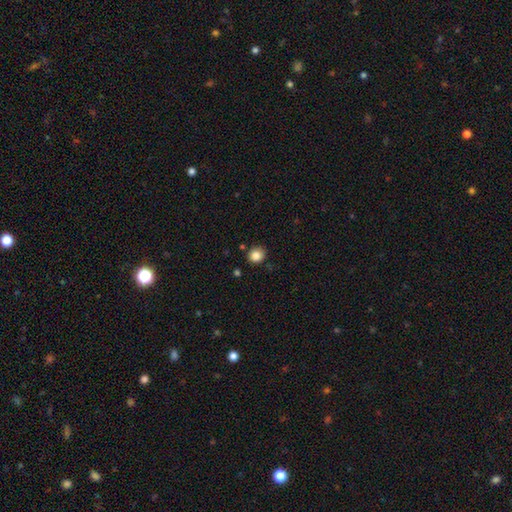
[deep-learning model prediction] The model was most divided on "how rounded": round: 75%, in between: 24%, cigar-shaped: 1%. More confident: smooth or featured — smooth (85%); merging — none (84%).